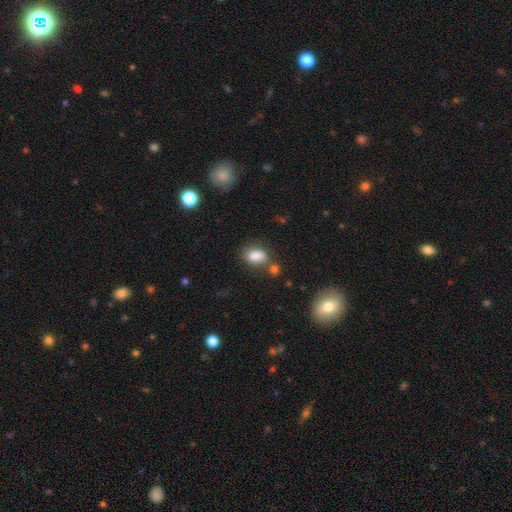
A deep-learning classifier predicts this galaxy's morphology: Smooth or featured? smooth (83%)
How rounded? in between (81%)
Merging? none (55%)